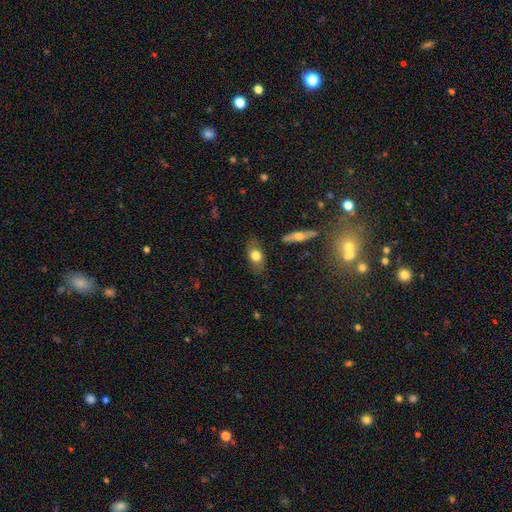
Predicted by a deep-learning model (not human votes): This is likely a smooth galaxy (73%). How rounded: likely in between (80%). Merging: clearly none (80%).